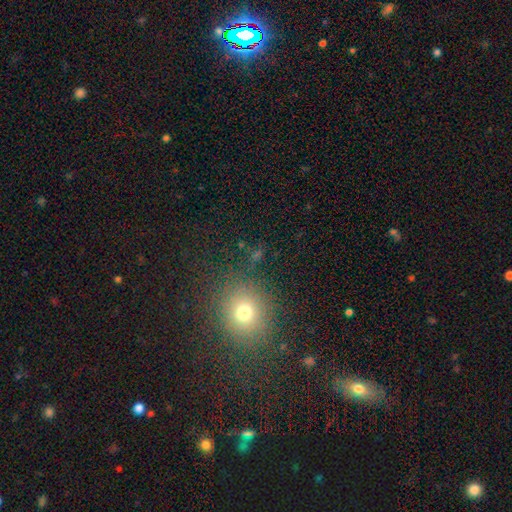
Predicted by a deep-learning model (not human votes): A smooth galaxy with no disk features (58%) that is round (77%).

Vote fractions:
- Smooth or featured? smooth: 58% / star or artifact: 32% / featured or disk: 10%
- How rounded? round: 77% / in between: 21% / cigar-shaped: 2%
- Merging? none: 83% / minor disturbance: 9% / major disturbance: 4% / merger: 4%